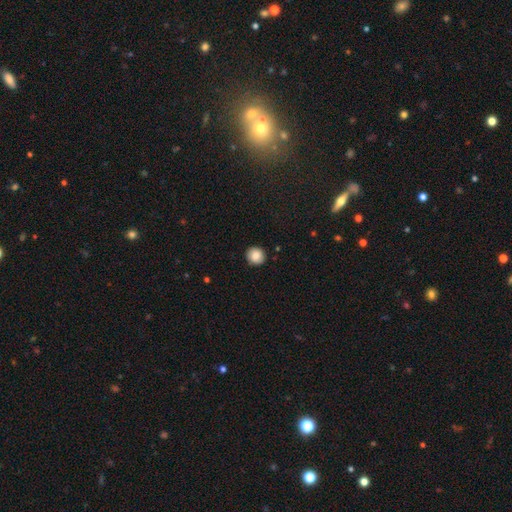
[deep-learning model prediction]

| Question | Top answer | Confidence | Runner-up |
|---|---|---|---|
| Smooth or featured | smooth | 86% | star or artifact (9%) |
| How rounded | round | 91% | in between (8%) |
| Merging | none | 89% | minor disturbance (8%) |